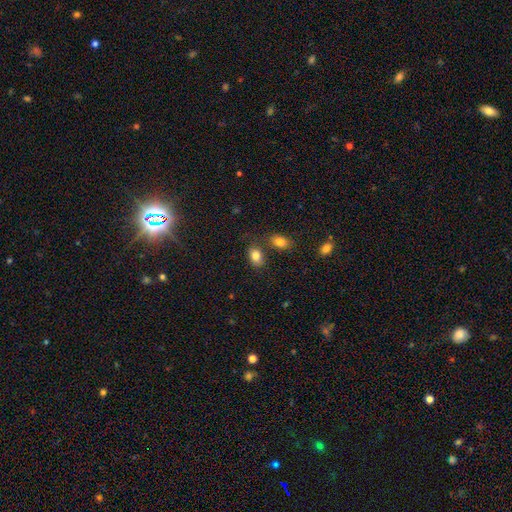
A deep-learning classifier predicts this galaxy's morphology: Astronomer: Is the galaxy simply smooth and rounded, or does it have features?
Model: smooth — 83%.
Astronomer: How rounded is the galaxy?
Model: in between — 81%.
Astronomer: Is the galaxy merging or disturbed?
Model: none — 65%.